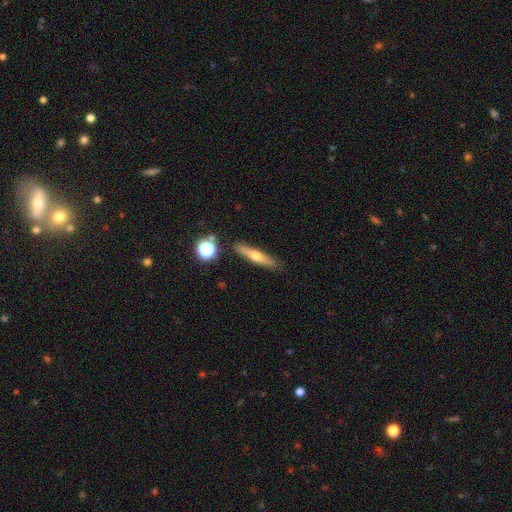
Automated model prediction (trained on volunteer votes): Morphology: type=smooth (47%); merging=none (87%).